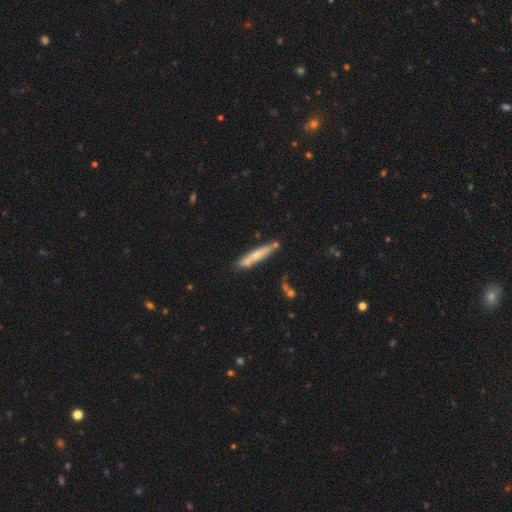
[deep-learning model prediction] smooth-or-featured: smooth: 52% | featured or disk: 42% | star or artifact: 6%
  how-rounded: cigar-shaped: 89% | in between: 10% | round: 2%
  merging: none: 75% | minor disturbance: 15% | merger: 7% | major disturbance: 3%